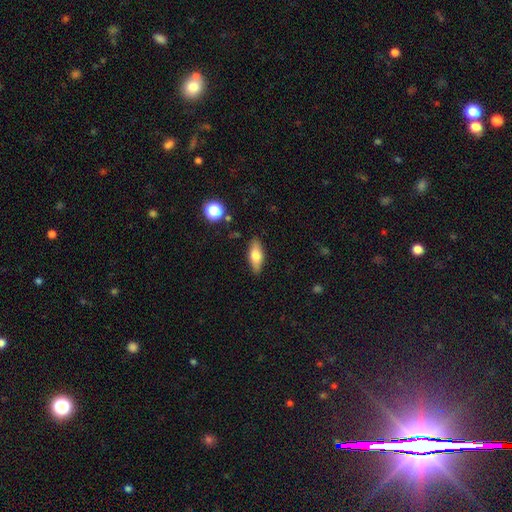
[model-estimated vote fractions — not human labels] Overall: smooth (68%). How rounded: in between (73%). Merging: none (86%).